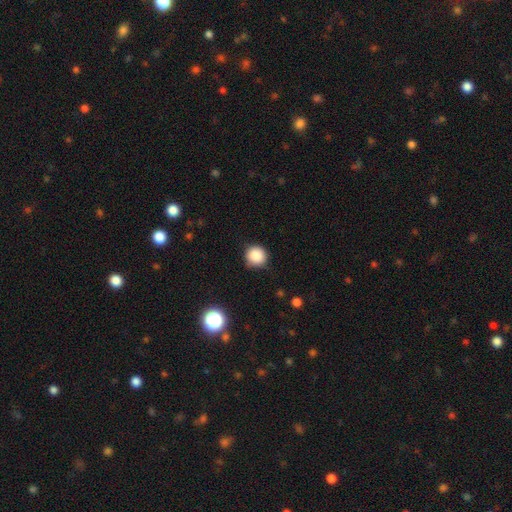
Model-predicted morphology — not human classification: smooth 86%, star or artifact 11%, featured or disk 4%. Down the decision tree: how rounded — round (93%); merging — none (86%).